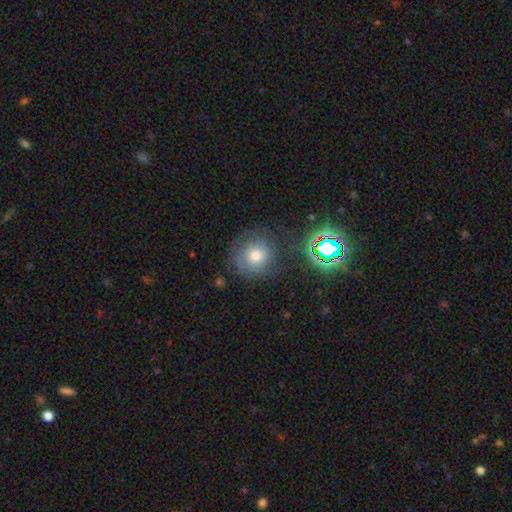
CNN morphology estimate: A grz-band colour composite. It shows a smooth galaxy with no disk features (62%) that is round (90%). Merging: none (72%).